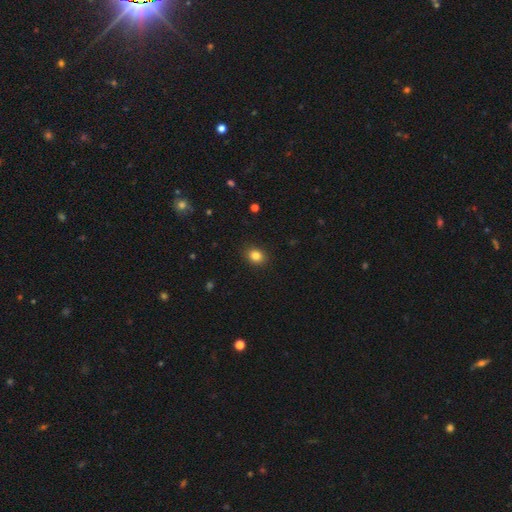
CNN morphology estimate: This is clearly a smooth galaxy (83%). How rounded: possibly round (54%). Merging: clearly none (89%).